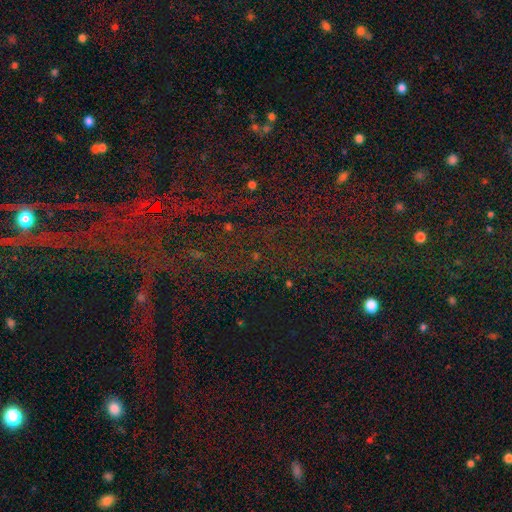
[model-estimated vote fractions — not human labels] smooth_or_featured: star or artifact (p=0.80) [alt: smooth p=0.11]